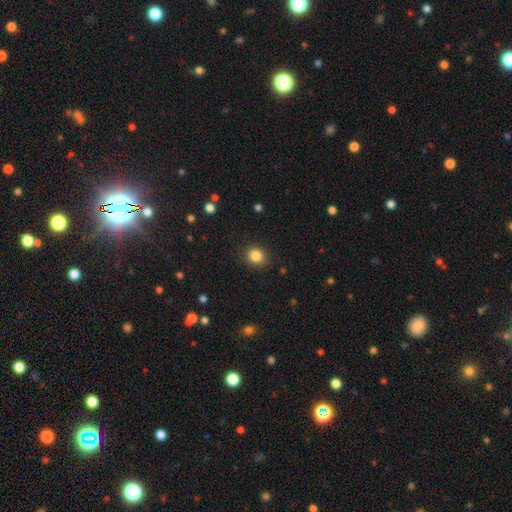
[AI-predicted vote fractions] smooth 85%, star or artifact 11%, featured or disk 4%. Down the decision tree: how rounded — round (78%); merging — none (89%).